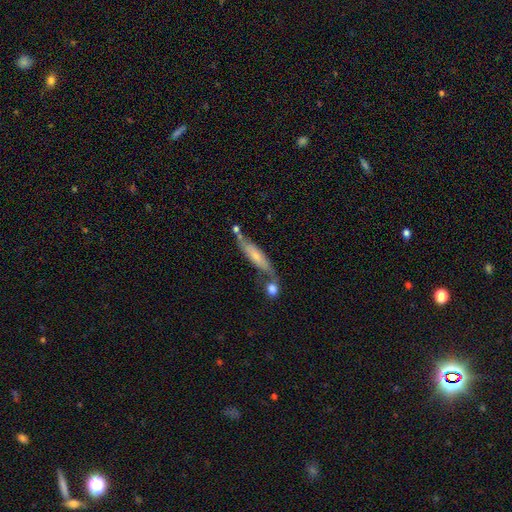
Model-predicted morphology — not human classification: The model was most divided on "smooth or featured": smooth: 53%, featured or disk: 41%, star or artifact: 6%. More confident: how rounded — cigar-shaped (75%); merging — none (50%).